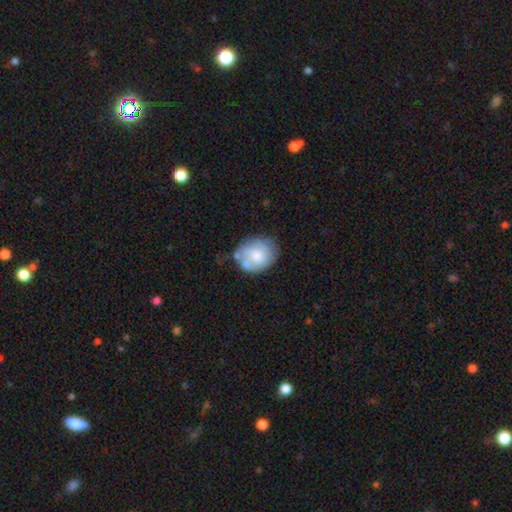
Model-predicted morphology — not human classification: Smooth or featured: smooth — 60% (featured or disk — 33%)
How rounded: round — 65% (in between — 34%)
Merging: none — 51% (minor disturbance — 27%)